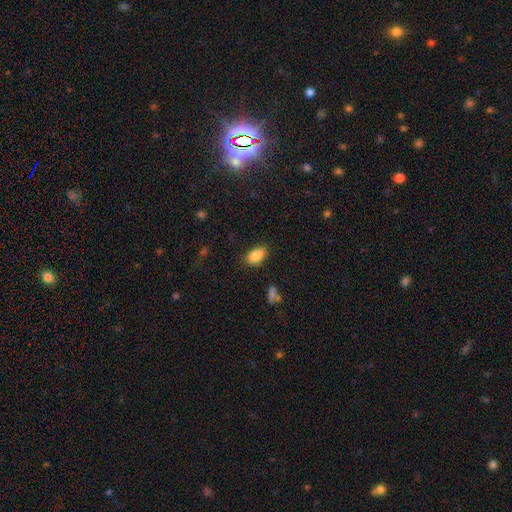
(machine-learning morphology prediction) smooth-or-featured: smooth: 87% | star or artifact: 8% | featured or disk: 5%
  how-rounded: in between: 91% | round: 6% | cigar-shaped: 3%
  merging: none: 82% | minor disturbance: 13% | major disturbance: 3% | merger: 2%